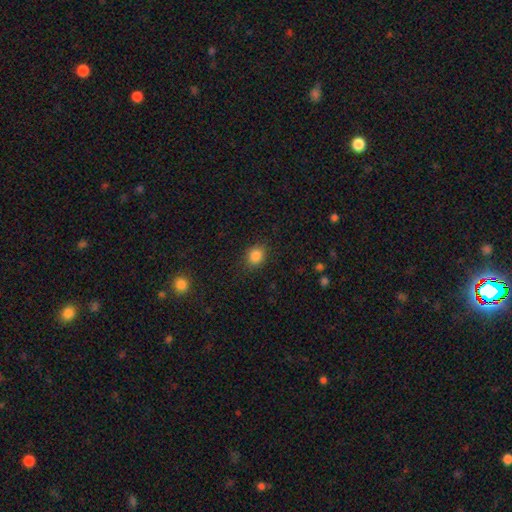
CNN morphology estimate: smooth 86%, star or artifact 11%, featured or disk 4%. Down the decision tree: how rounded — round (61%); merging — none (86%).